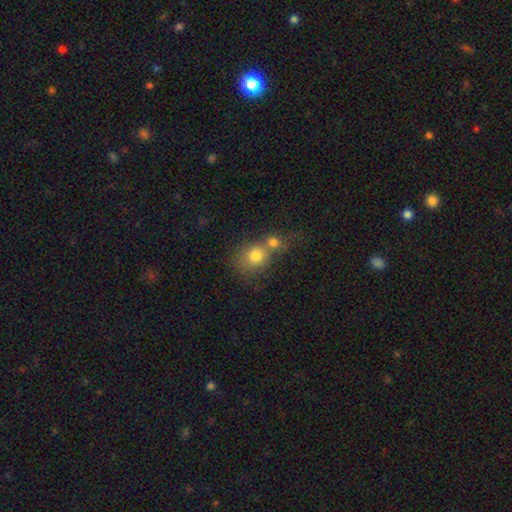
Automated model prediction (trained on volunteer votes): Smooth or featured? smooth (75%)
How rounded? round (76%)
Merging? merger (56%)